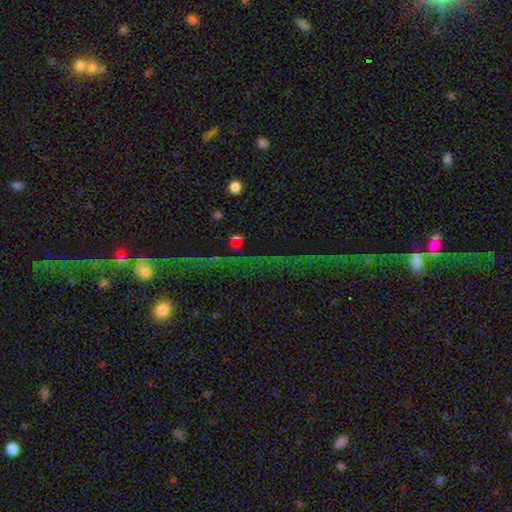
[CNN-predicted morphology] Q: Smooth or featured?
A: star or artifact (64%); runner-up: featured or disk (18%)